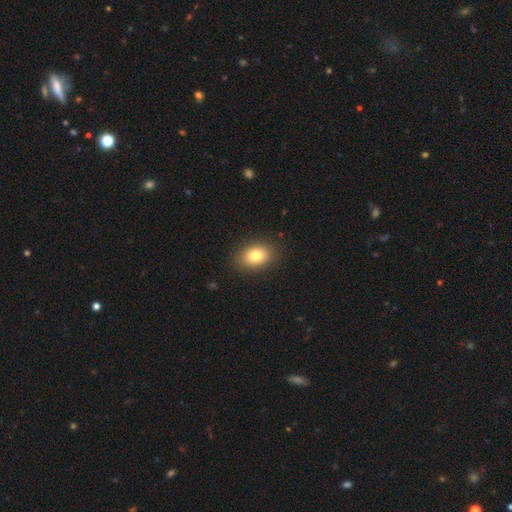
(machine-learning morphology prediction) smooth_or_featured: smooth (p=0.80) [alt: featured or disk p=0.10]
how_rounded: in between (p=0.74) [alt: round p=0.25]
merging: none (p=0.88) [alt: minor disturbance p=0.09]